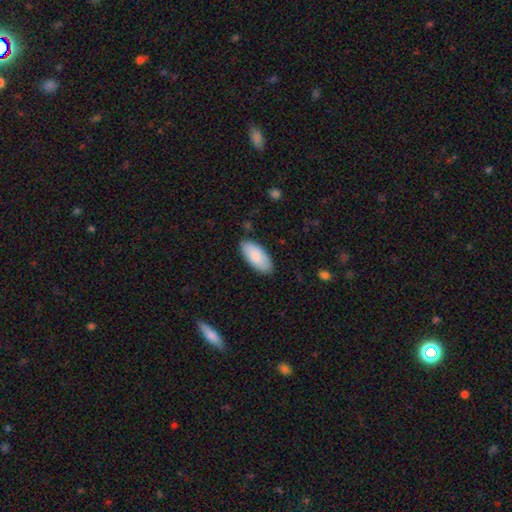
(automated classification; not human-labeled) The model was most divided on "merging": none: 85%, minor disturbance: 12%, major disturbance: 2%, merger: 1%. More confident: how rounded — in between (92%); smooth or featured — smooth (87%).